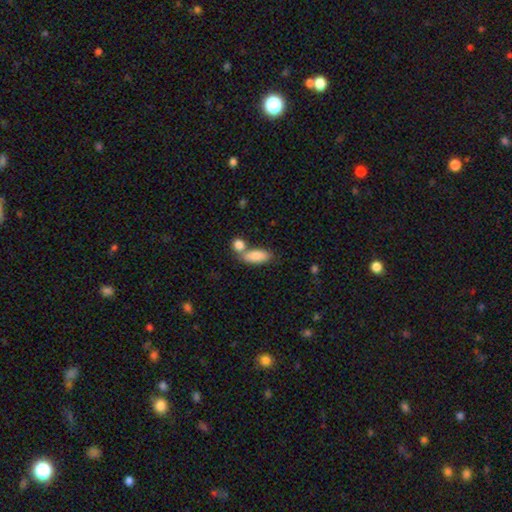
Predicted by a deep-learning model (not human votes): This is clearly a smooth galaxy (85%). How rounded: clearly in between (85%). Merging: possibly none (46%).